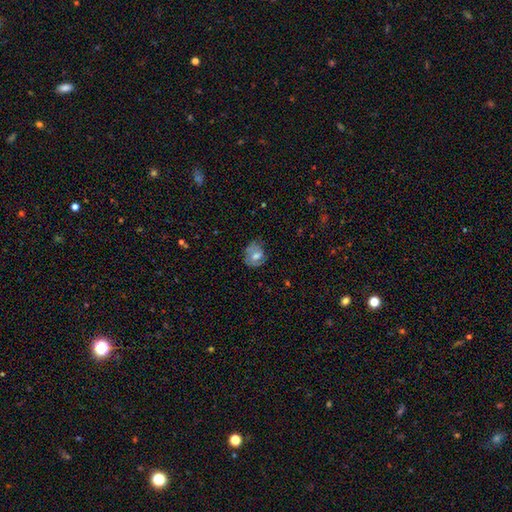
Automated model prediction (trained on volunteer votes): Smooth or featured? Predicted: smooth (p=0.49). Merging? Predicted: none (p=0.61).